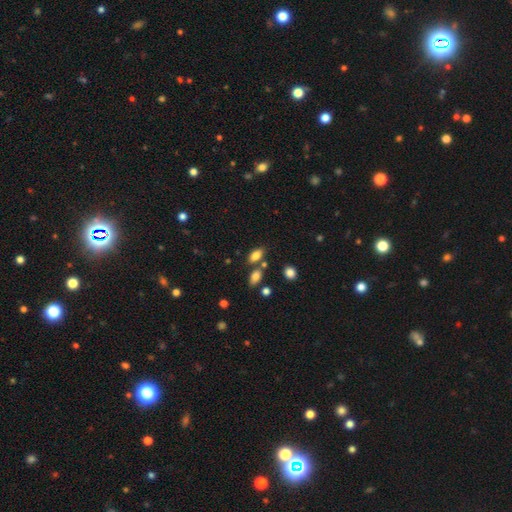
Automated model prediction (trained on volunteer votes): Smooth or featured? smooth (81%)
How rounded? in between (87%)
Merging? none (67%)